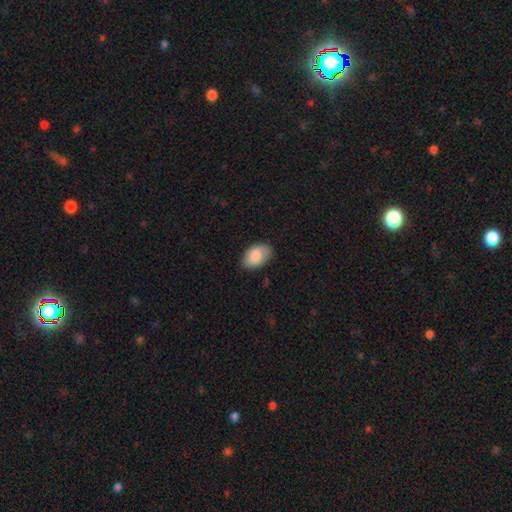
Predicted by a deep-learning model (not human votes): Morphology: type=smooth (85%); roundness=in between (91%); merging=none (81%).